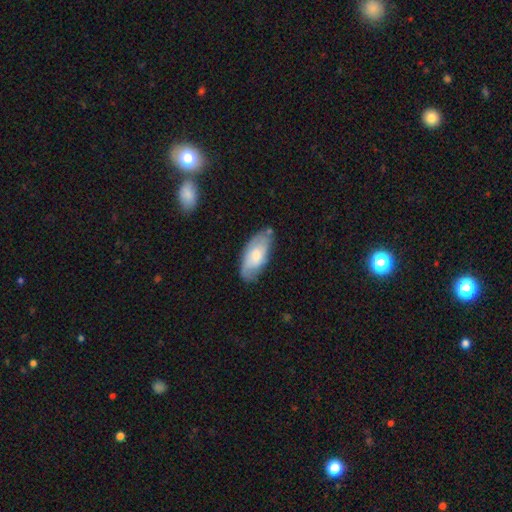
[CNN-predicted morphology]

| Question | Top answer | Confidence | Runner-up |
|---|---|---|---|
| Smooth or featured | smooth | 59% | featured or disk (35%) |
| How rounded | in between | 91% | cigar-shaped (7%) |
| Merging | none | 65% | minor disturbance (25%) |